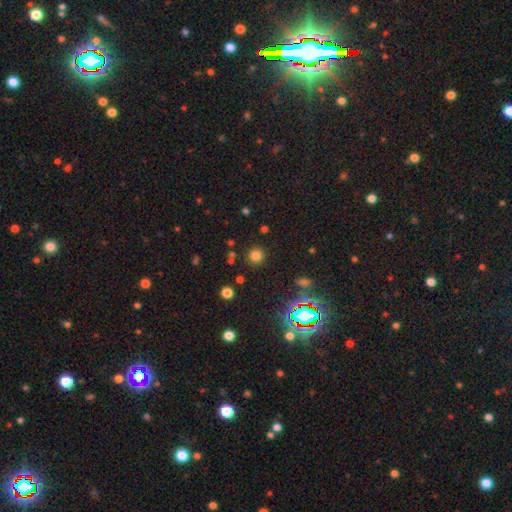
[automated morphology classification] This is likely a smooth galaxy (73%). How rounded: clearly round (93%). Merging: clearly none (88%).